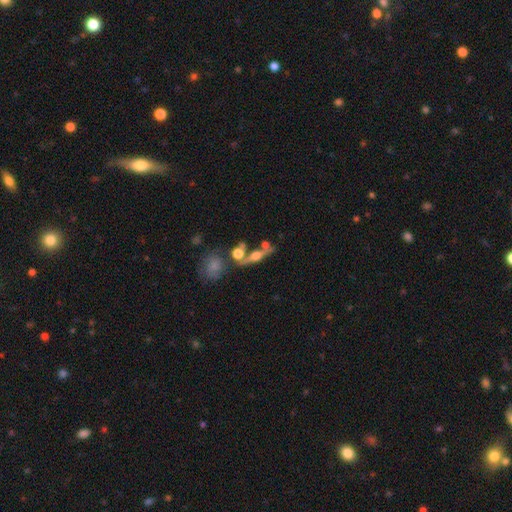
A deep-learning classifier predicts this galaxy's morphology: smooth-or-featured: featured or disk: 62% | smooth: 27% | star or artifact: 11%
  disk-edge-on: yes: 87% | no: 13%
    edge-on-bulge: rounded: 92% | boxy: 5% | none: 3%
  merging: none: 62% | merger: 20% | minor disturbance: 12% | major disturbance: 6%